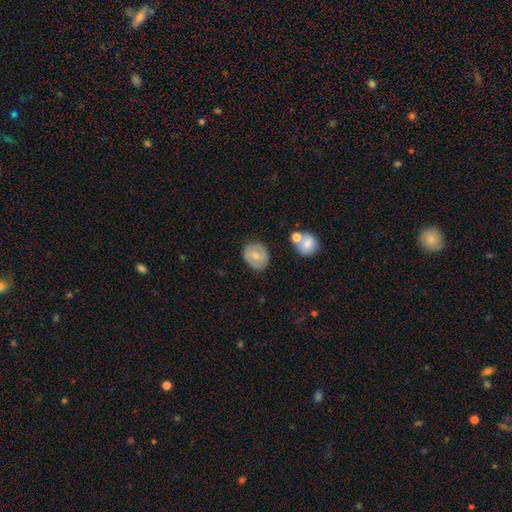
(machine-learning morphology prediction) smooth 51%, featured or disk 42%, star or artifact 7%. Down the decision tree: how rounded — round (68%); merging — none (76%).